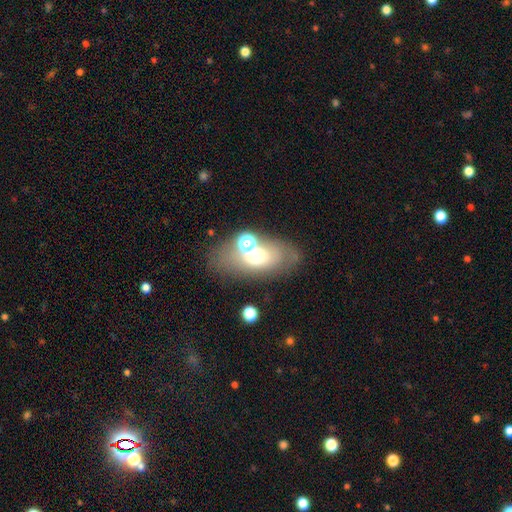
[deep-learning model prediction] Morphology: type=smooth (54%); roundness=in between (79%); merging=none (51%).